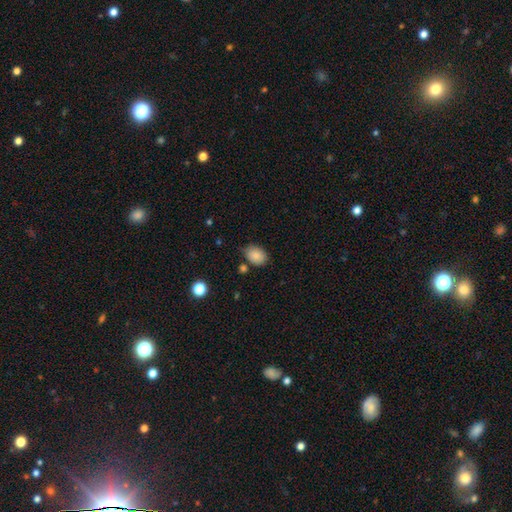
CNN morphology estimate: A smooth galaxy with no disk features (86%) that is in between round and cigar-shaped (74%).

Vote fractions:
- Smooth or featured? smooth: 86% / star or artifact: 8% / featured or disk: 6%
- How rounded? in between: 74% / round: 25% / cigar-shaped: 1%
- Merging? none: 73% / minor disturbance: 19% / merger: 5% / major disturbance: 4%